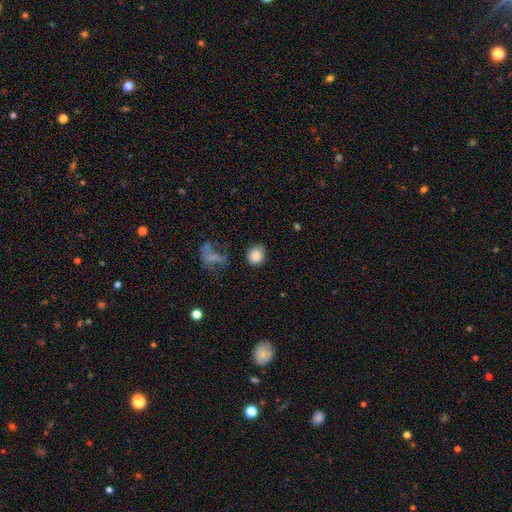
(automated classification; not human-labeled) Smooth or featured? Predicted: smooth (p=0.85). How rounded? Predicted: round (p=0.74). Merging? Predicted: none (p=0.75).